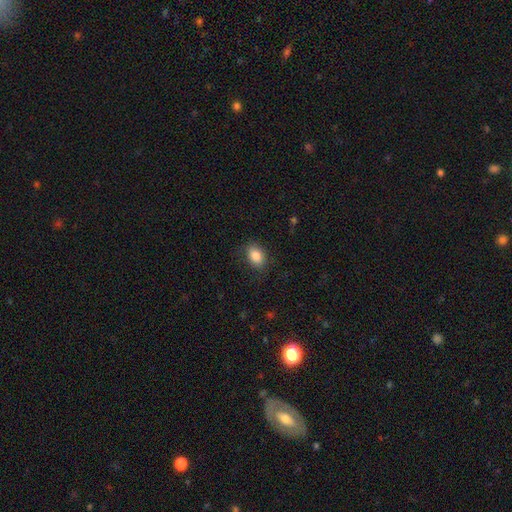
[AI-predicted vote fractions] This appears to be a smooth galaxy with no disk features (85%) that is in between round and cigar-shaped (79%). Merging: none (83%).